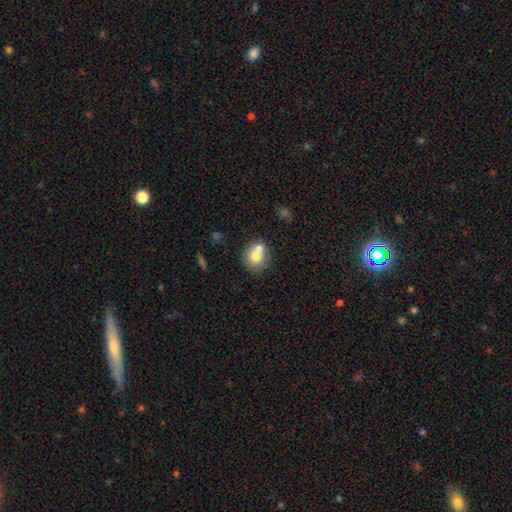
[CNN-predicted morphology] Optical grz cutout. It shows a smooth galaxy with no disk features (72%) that is round (78%). Merging: none (47%).